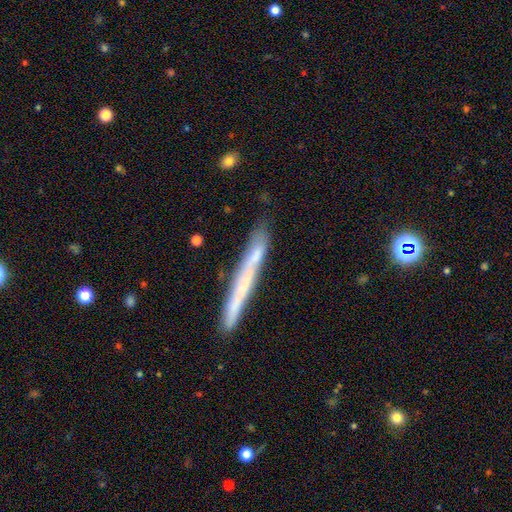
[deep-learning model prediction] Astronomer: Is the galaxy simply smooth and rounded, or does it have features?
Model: smooth — 53% (runner-up: featured or disk, 39%).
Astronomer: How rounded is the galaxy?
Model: cigar-shaped — 91%.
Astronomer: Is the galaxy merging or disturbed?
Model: none — 63%.